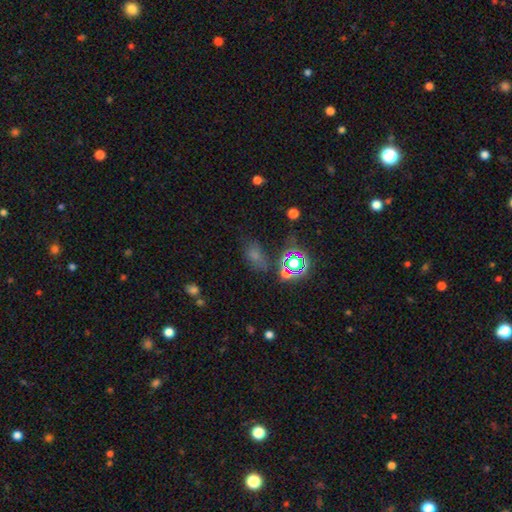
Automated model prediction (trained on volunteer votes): smooth_or_featured: smooth (p=0.53) [alt: star or artifact p=0.36]
how_rounded: in between (p=0.71) [alt: round p=0.25]
merging: none (p=0.61) [alt: minor disturbance p=0.21]